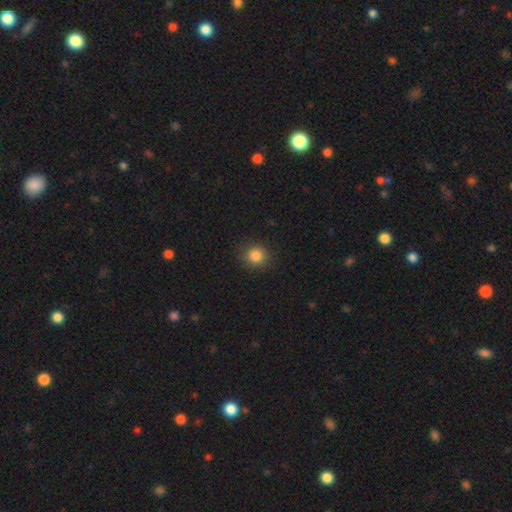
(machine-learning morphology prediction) Smooth or featured? smooth (84%)
How rounded? round (88%)
Merging? none (89%)